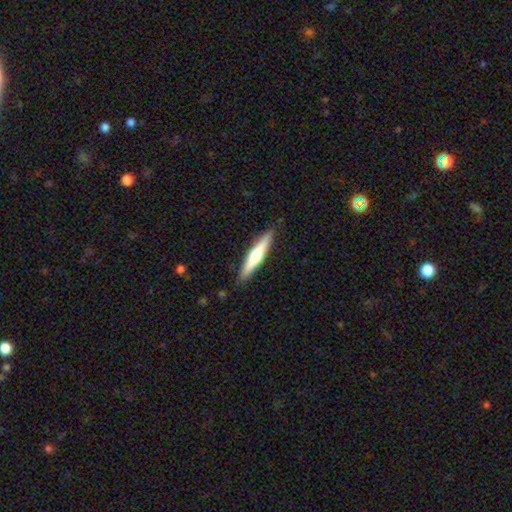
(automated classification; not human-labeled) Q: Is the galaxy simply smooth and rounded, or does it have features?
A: smooth — 55%.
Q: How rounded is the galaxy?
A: cigar-shaped — 90%.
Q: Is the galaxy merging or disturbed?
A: none — 88%.